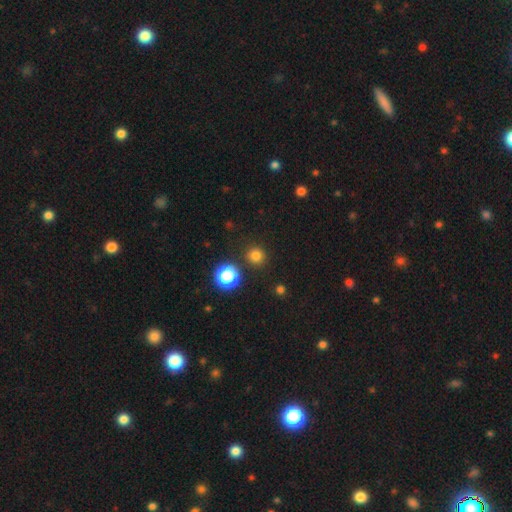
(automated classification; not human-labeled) A smooth galaxy with no disk features (79%) that is round (93%). Merging: none (88%).